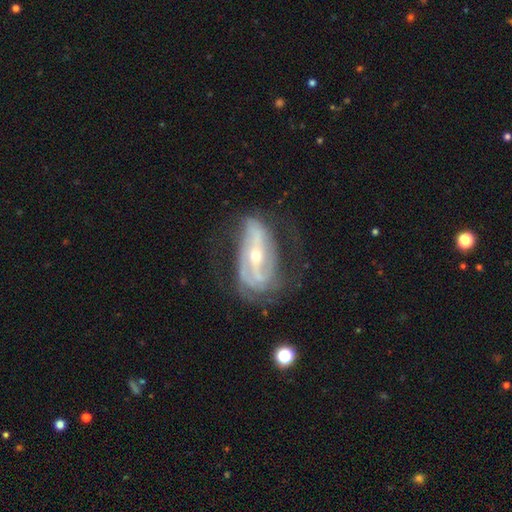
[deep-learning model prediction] Smooth or featured? featured or disk (85%)
Edge-on disk? no (92%)
Bar? strong (52%)
Spiral arms? yes (89%)
Spiral winding? medium (39%)
Spiral arm count? 2 (58%)
Bulge size? small (60%)
Merging? none (52%)